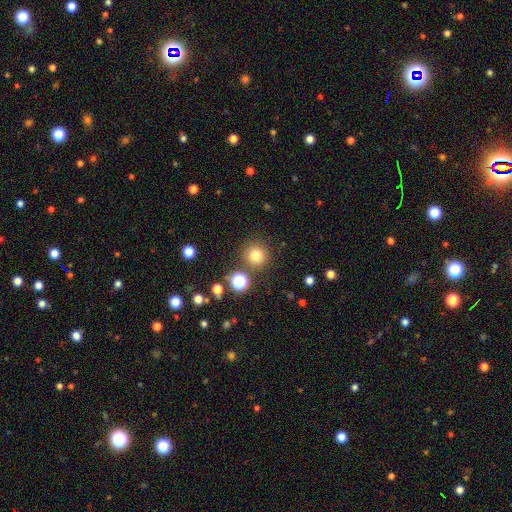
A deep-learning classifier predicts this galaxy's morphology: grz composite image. It shows a smooth galaxy with no disk features (77%) that is round (95%). Merging: none (86%).